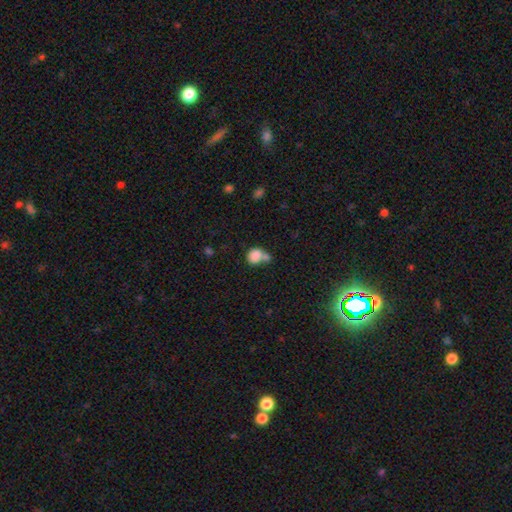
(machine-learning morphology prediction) A smooth galaxy with no disk features (83%) that is round (63%). Merging: merger (48%).